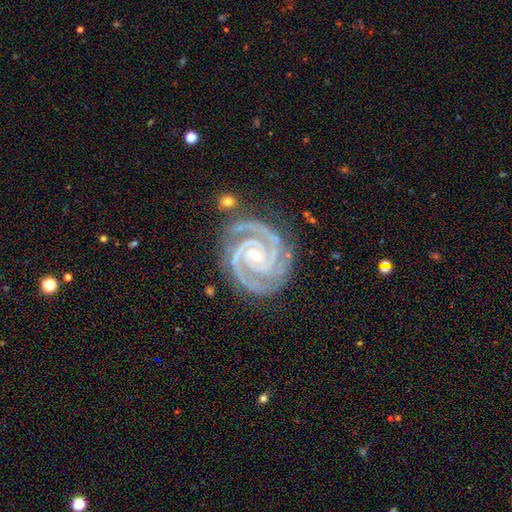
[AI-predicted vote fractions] Smooth or featured? Predicted: featured or disk (p=0.94). Edge-on disk? Predicted: no (p=0.98). Bar? Predicted: no (p=0.59). Spiral arms? Predicted: yes (p=0.99). Spiral winding? Predicted: tight (p=0.80). Spiral arm count? Predicted: 2 (p=0.74). Bulge size? Predicted: small (p=0.81). Merging? Predicted: none (p=0.78).